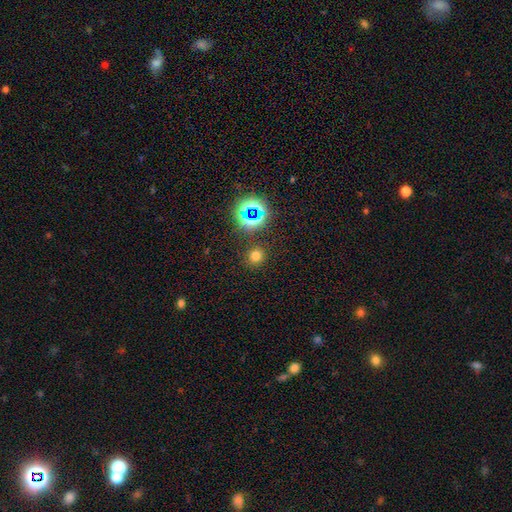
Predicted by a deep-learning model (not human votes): Q: Smooth or featured?
A: smooth (69%); runner-up: star or artifact (25%)
Q: How rounded?
A: round (87%); runner-up: in between (12%)
Q: Merging?
A: none (87%); runner-up: minor disturbance (7%)